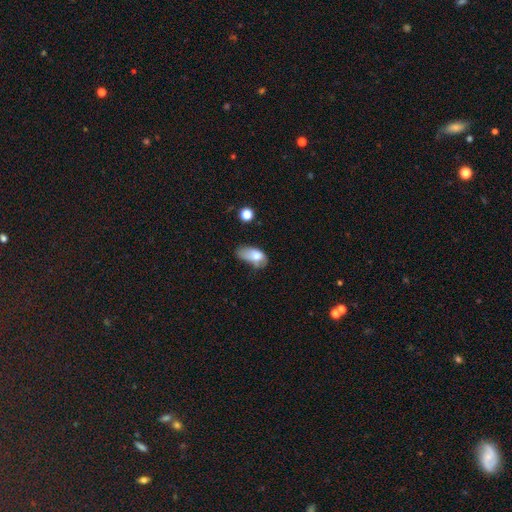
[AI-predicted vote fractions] Overall: smooth (70%). How rounded: in between (89%). Merging: minor disturbance (37%; major disturbance 33%).